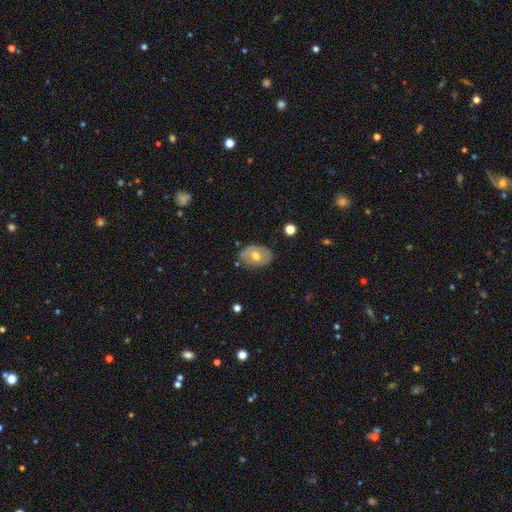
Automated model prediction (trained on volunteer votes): Q: Smooth or featured?
A: smooth (57%); runner-up: featured or disk (35%)
Q: How rounded?
A: in between (80%); runner-up: round (19%)
Q: Merging?
A: none (75%); runner-up: minor disturbance (19%)